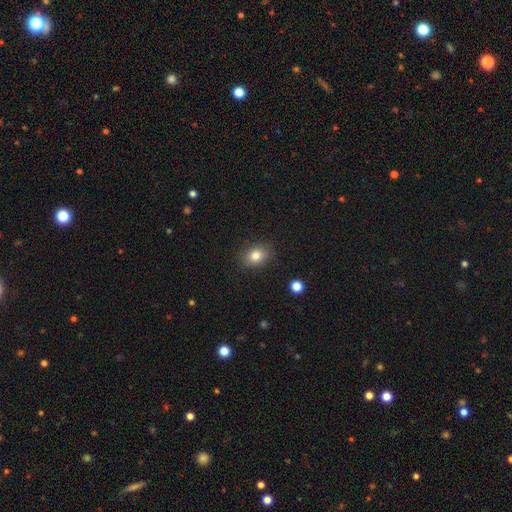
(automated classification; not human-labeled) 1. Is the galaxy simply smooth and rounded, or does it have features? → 82% smooth, 10% star or artifact, 8% featured or disk.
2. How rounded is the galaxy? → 60% in between, 39% round, 1% cigar-shaped.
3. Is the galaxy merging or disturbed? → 85% none, 11% minor disturbance, 3% major disturbance, 1% merger.